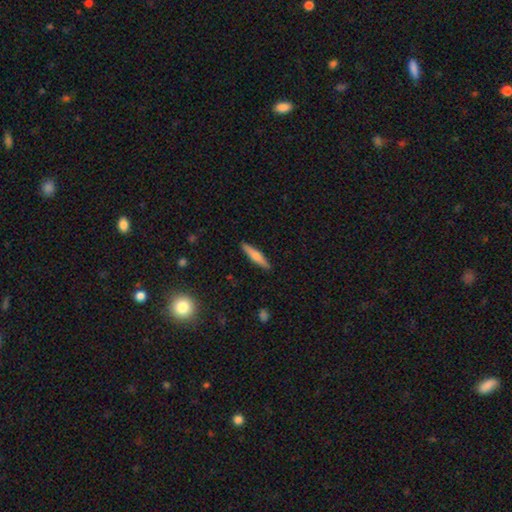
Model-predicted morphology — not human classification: Smooth or featured: smooth — 60% (featured or disk — 34%)
How rounded: cigar-shaped — 88% (in between — 10%)
Merging: none — 90% (minor disturbance — 7%)